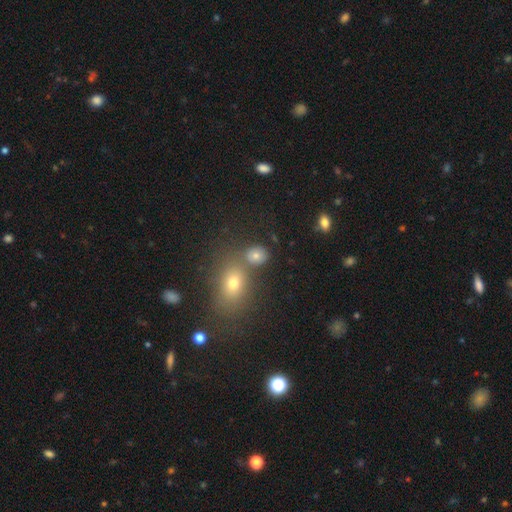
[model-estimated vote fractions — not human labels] This is likely a smooth galaxy (75%). How rounded: possibly round (57%). Merging: likely none (68%).